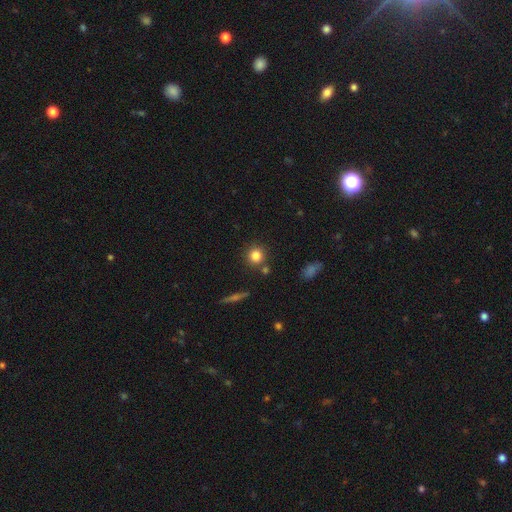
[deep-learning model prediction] Smooth or featured? smooth (81%)
How rounded? round (91%)
Merging? none (80%)